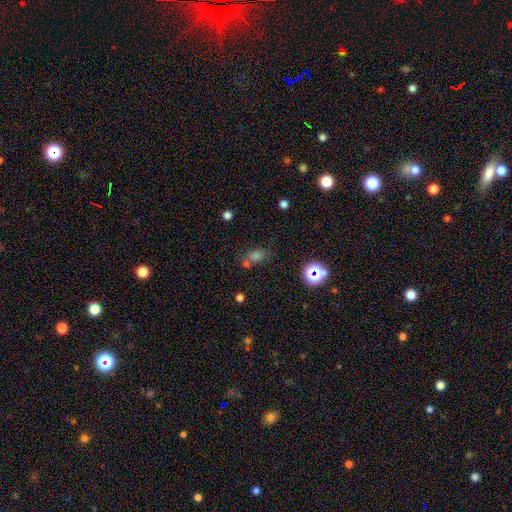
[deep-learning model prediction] smooth 62%, star or artifact 27%, featured or disk 10%. Down the decision tree: how rounded — in between (66%); merging — none (55%).